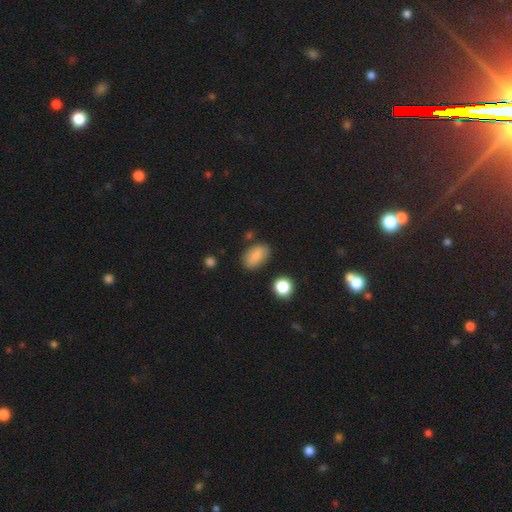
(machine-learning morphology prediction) This is likely a smooth galaxy (80%). How rounded: clearly in between (88%). Merging: likely none (80%).